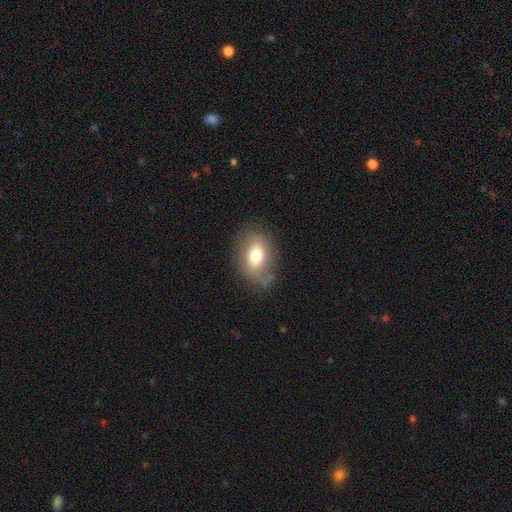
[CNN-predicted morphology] This is likely a smooth galaxy (67%). How rounded: likely in between (80%). Merging: likely none (69%).